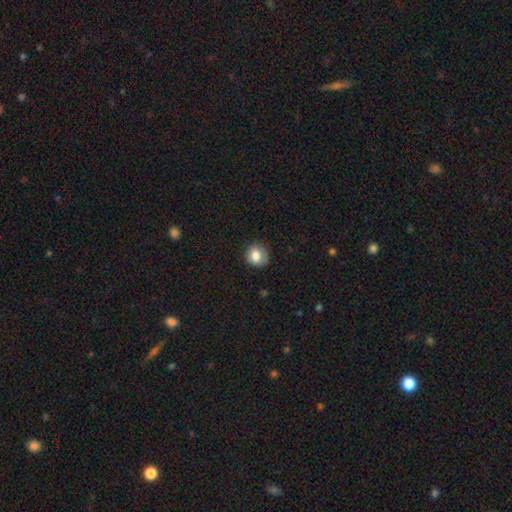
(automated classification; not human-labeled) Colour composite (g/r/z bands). It shows a smooth galaxy with no disk features (81%) that is round (84%). Merging: none (76%).